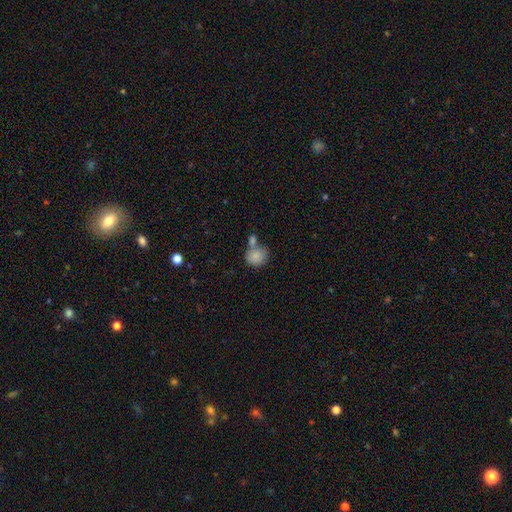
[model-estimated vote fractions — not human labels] Q: Smooth or featured?
A: smooth (84%); runner-up: star or artifact (8%)
Q: How rounded?
A: round (70%); runner-up: in between (29%)
Q: Merging?
A: none (42%); runner-up: merger (38%)